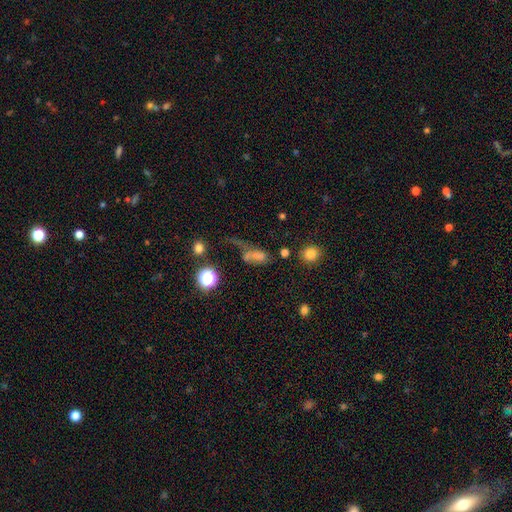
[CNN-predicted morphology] The model was most divided on "merging": major disturbance: 35%, none: 24%, merger: 24%, minor disturbance: 17%. More confident: how rounded — in between (70%); smooth or featured — smooth (59%).